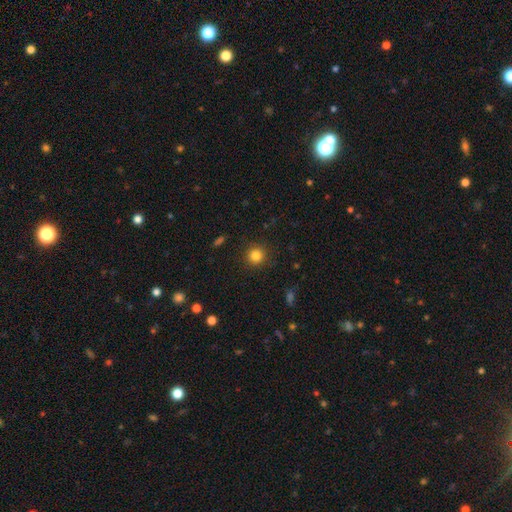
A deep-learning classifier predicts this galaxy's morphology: type=smooth (83%); roundness=round (93%); merging=none (90%).